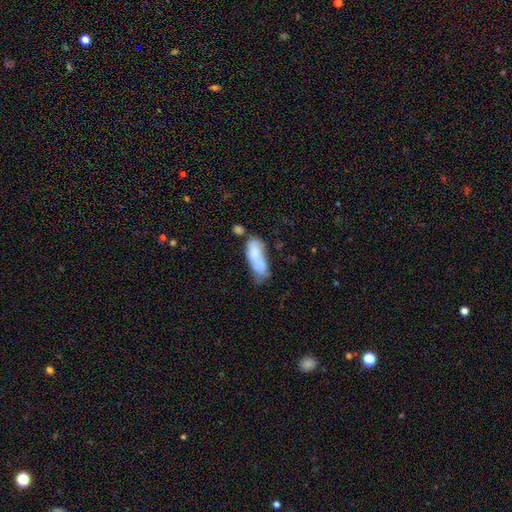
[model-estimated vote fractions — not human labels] Q: Smooth or featured?
A: smooth (74%); runner-up: featured or disk (18%)
Q: How rounded?
A: in between (69%); runner-up: cigar-shaped (29%)
Q: Merging?
A: none (31%); runner-up: minor disturbance (29%)